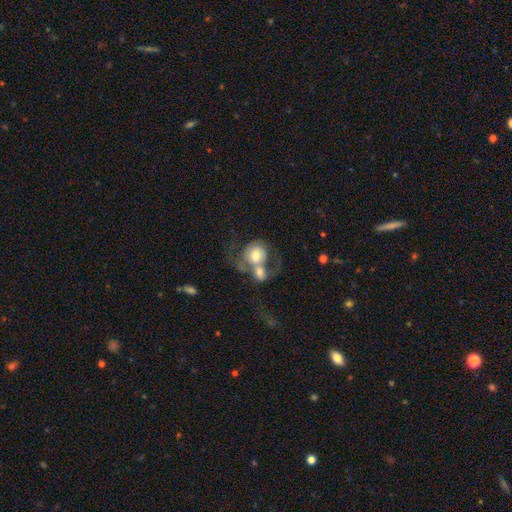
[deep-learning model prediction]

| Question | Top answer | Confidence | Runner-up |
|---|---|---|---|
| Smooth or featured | smooth | 50% | featured or disk (42%) |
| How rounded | round | 70% | in between (29%) |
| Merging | merger | 73% | major disturbance (12%) |